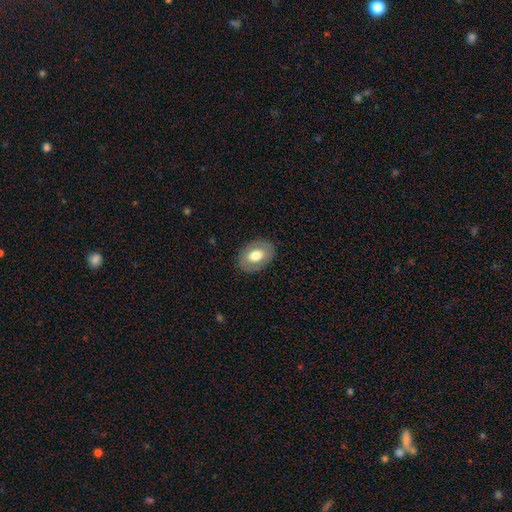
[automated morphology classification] type=smooth (67%); roundness=in between (81%); merging=none (86%).